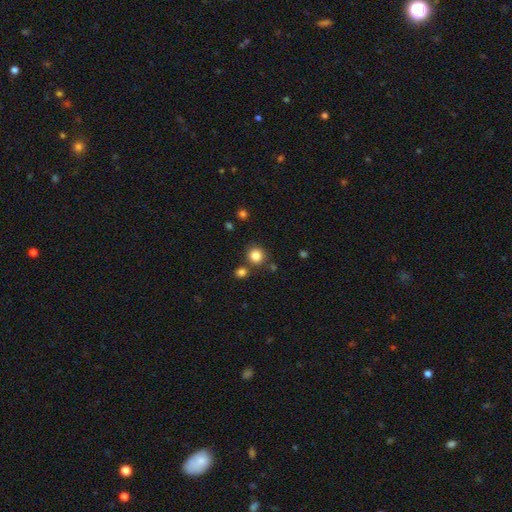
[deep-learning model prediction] smooth 84%, star or artifact 12%, featured or disk 4%. Down the decision tree: how rounded — round (91%); merging — none (79%).